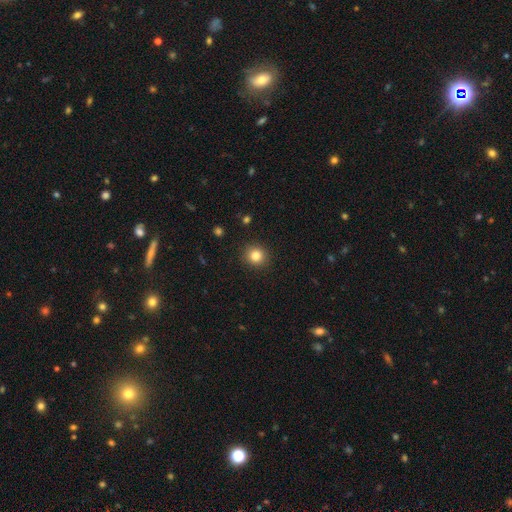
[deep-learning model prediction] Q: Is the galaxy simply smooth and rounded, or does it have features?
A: smooth — 83%.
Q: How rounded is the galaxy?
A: round — 89%.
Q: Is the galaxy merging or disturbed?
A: none — 91%.